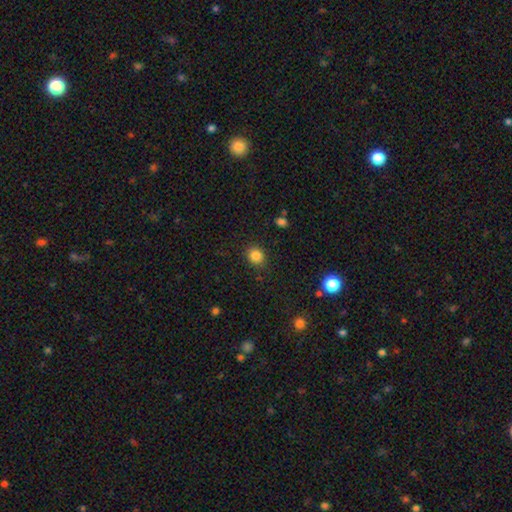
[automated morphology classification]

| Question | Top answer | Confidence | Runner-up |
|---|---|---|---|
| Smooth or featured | smooth | 84% | star or artifact (12%) |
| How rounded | round | 75% | in between (24%) |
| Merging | none | 88% | minor disturbance (8%) |